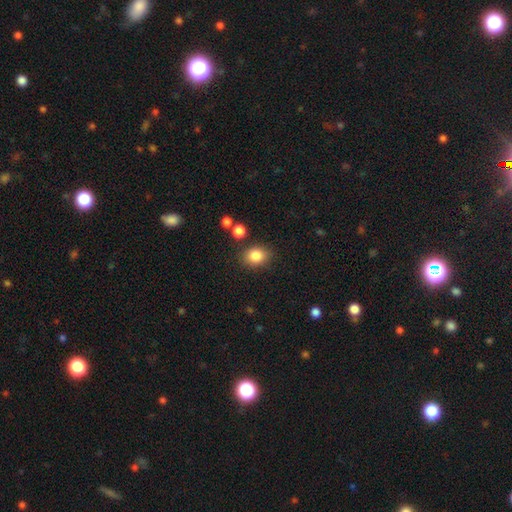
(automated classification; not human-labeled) Morphology: type=smooth (84%); roundness=round (51%); merging=none (81%).